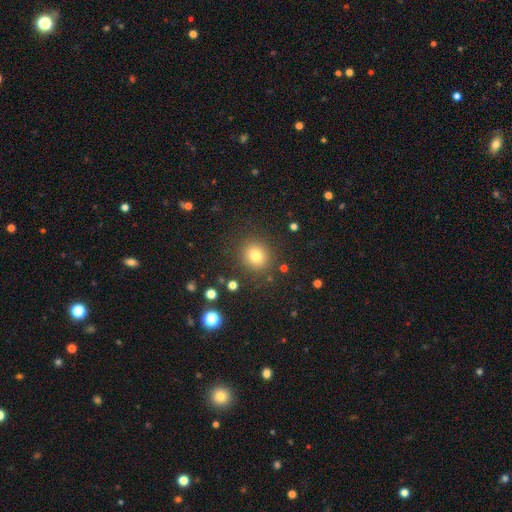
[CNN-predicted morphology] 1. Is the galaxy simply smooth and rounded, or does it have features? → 78% smooth, 14% star or artifact, 8% featured or disk.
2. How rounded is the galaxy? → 88% round, 11% in between, 1% cigar-shaped.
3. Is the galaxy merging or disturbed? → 86% none, 8% minor disturbance, 4% major disturbance, 2% merger.